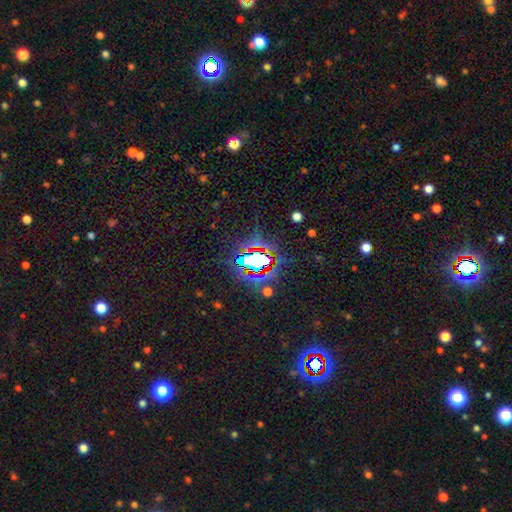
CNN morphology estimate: Smooth or featured: star or artifact — 70% (smooth — 18%)